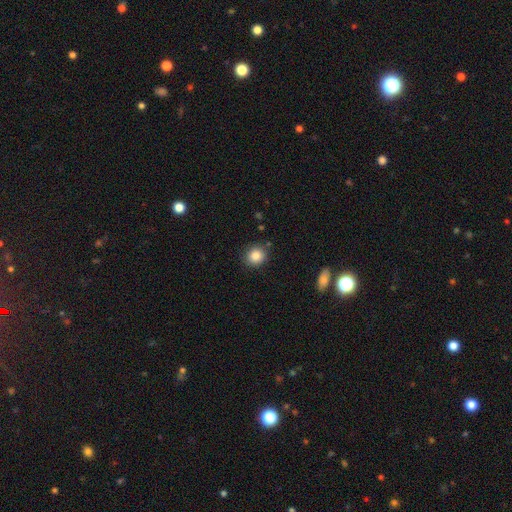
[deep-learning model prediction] Morphology: type=smooth (85%); roundness=round (83%); merging=none (85%).